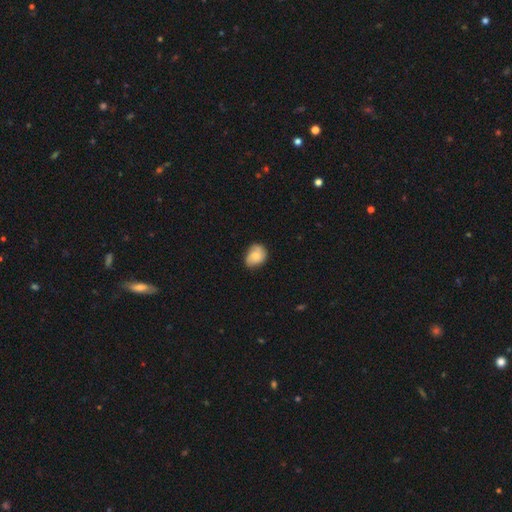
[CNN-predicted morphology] Q: Smooth or featured?
A: smooth (74%); runner-up: featured or disk (19%)
Q: How rounded?
A: in between (56%); runner-up: round (43%)
Q: Merging?
A: none (65%); runner-up: minor disturbance (28%)